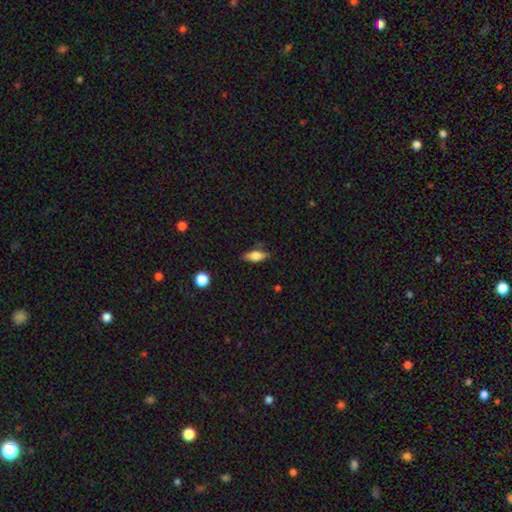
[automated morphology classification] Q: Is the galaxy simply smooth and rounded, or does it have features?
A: smooth — 73%.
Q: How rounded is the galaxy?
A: in between — 77%.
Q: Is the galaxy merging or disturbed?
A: none — 77%.